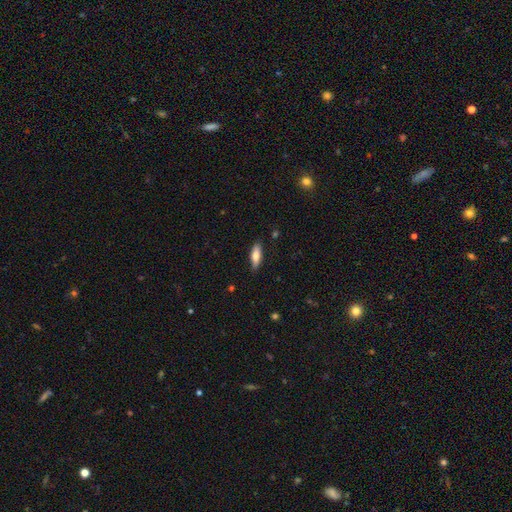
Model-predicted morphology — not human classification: The model was most divided on "how rounded": in between: 55%, cigar-shaped: 43%, round: 2%. More confident: merging — none (84%); smooth or featured — smooth (75%).